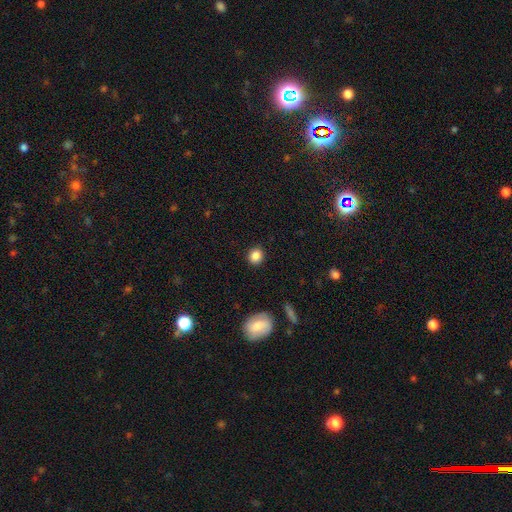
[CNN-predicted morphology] smooth_or_featured: smooth (p=0.86) [alt: star or artifact p=0.10]
how_rounded: round (p=0.82) [alt: in between p=0.17]
merging: none (p=0.90) [alt: minor disturbance p=0.07]